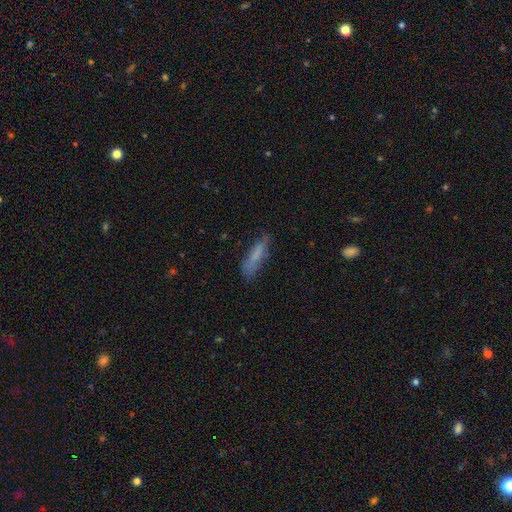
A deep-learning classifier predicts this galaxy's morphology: Overall: smooth (70%). How rounded: cigar-shaped (73%). Merging: none (65%).